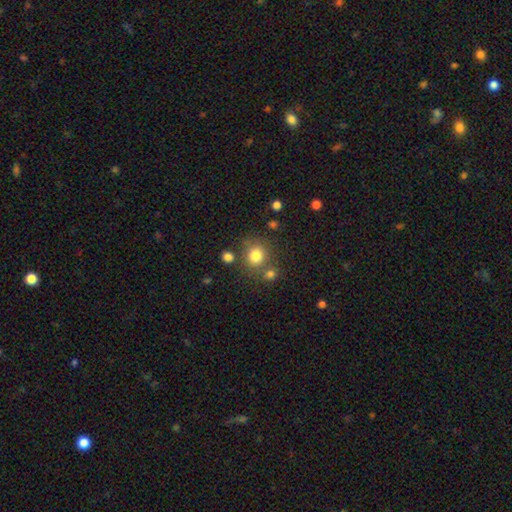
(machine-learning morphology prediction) Smooth or featured? Predicted: smooth (p=0.80). How rounded? Predicted: round (p=0.85). Merging? Predicted: none (p=0.71).